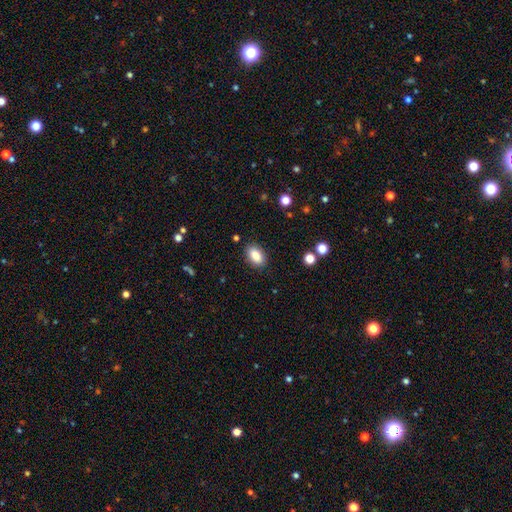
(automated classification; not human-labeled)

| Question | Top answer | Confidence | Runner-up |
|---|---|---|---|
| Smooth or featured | smooth | 87% | star or artifact (7%) |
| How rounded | in between | 91% | round (7%) |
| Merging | none | 87% | minor disturbance (9%) |